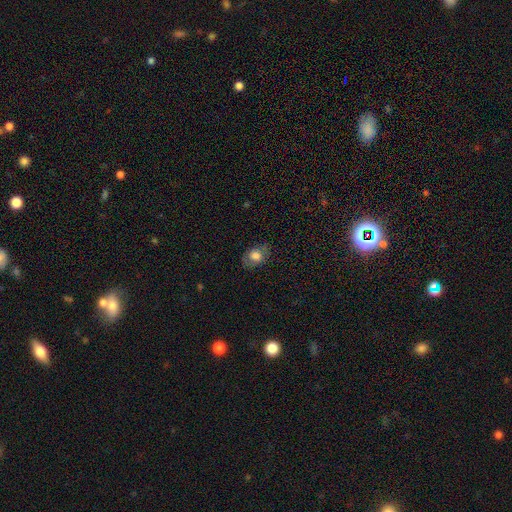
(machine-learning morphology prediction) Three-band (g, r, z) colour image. It shows a smooth galaxy with no disk features (68%) that is in between round and cigar-shaped (66%). Merging: none (76%).